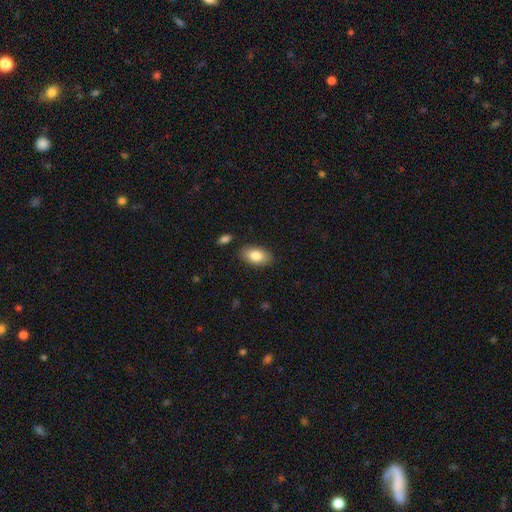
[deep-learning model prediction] Morphology: type=smooth (84%); roundness=in between (93%); merging=none (85%).